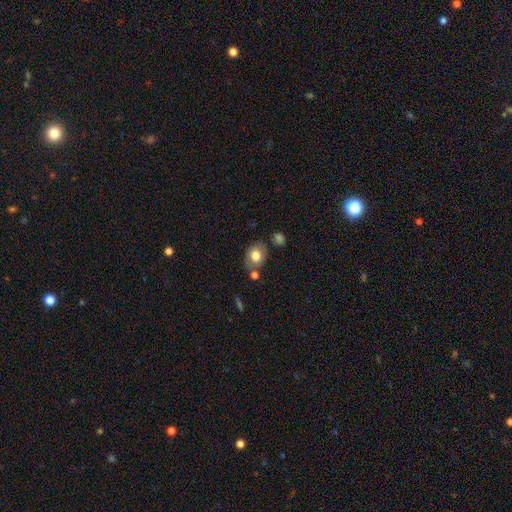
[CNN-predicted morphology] A smooth galaxy with no disk features (76%) that is in between round and cigar-shaped (58%).

Vote fractions:
- Smooth or featured? smooth: 76% / featured or disk: 16% / star or artifact: 9%
- How rounded? in between: 58% / round: 41% / cigar-shaped: 1%
- Merging? none: 69% / minor disturbance: 16% / merger: 11% / major disturbance: 4%